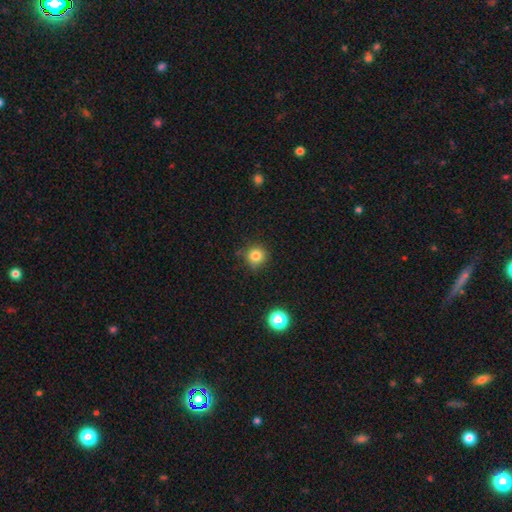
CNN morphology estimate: smooth_or_featured: smooth (p=0.81) [alt: star or artifact p=0.13]
how_rounded: round (p=0.93) [alt: in between p=0.06]
merging: none (p=0.82) [alt: minor disturbance p=0.13]